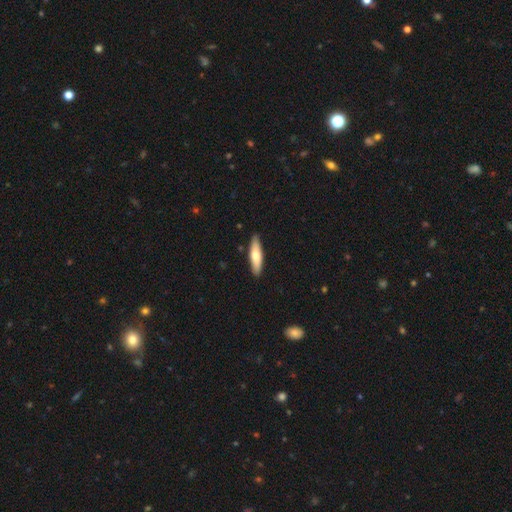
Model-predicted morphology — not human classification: This appears to be a smooth galaxy with no disk features (68%) that is cigar-shaped (69%). Merging: none (88%).